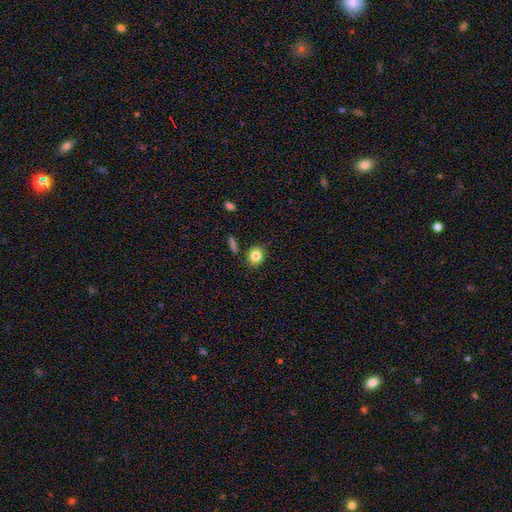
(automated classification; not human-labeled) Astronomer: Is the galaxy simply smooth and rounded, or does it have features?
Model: smooth — 84%.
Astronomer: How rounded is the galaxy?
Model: round — 73%.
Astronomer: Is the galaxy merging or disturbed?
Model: none — 84%.